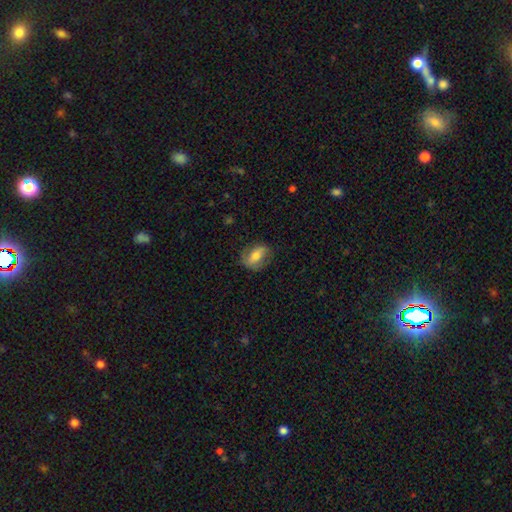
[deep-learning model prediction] This appears to be a smooth galaxy with no disk features (59%) that is in between round and cigar-shaped (77%). Merging: none (71%).